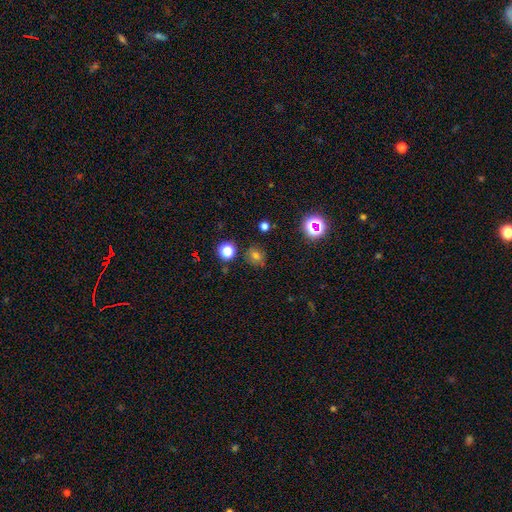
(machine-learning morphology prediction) smooth 67%, star or artifact 24%, featured or disk 9%. Down the decision tree: how rounded — round (78%); merging — none (81%).